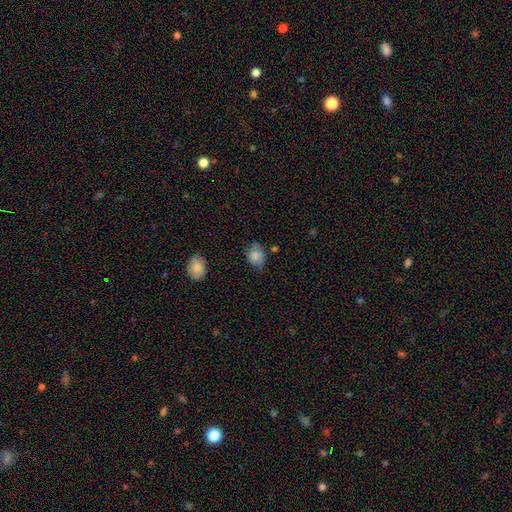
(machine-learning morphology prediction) smooth 79%, featured or disk 12%, star or artifact 9%. Down the decision tree: how rounded — in between (57%); merging — none (56%).